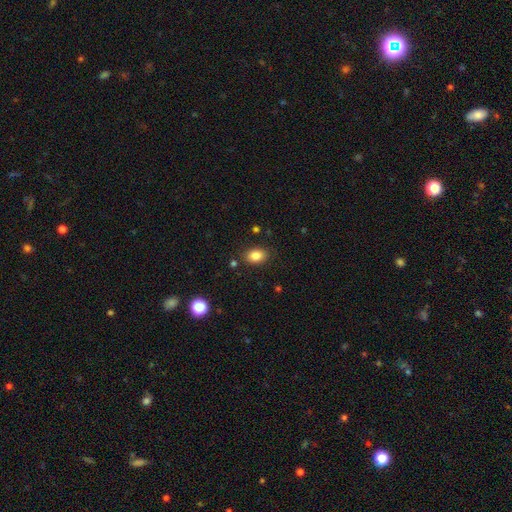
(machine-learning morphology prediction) Smooth or featured? Predicted: smooth (p=0.85). How rounded? Predicted: in between (p=0.80). Merging? Predicted: none (p=0.85).